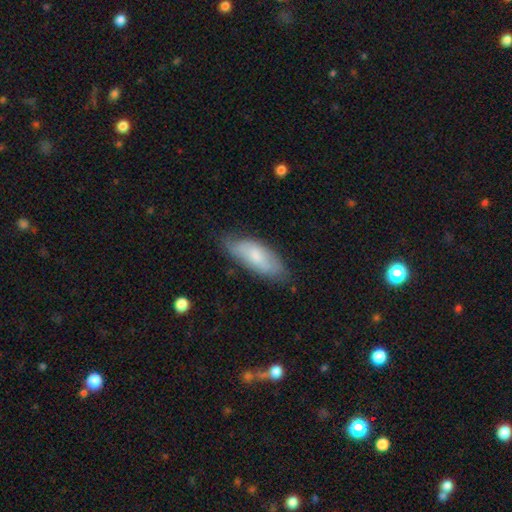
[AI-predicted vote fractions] This is likely a smooth galaxy (62%). How rounded: likely in between (78%). Merging: likely none (65%).